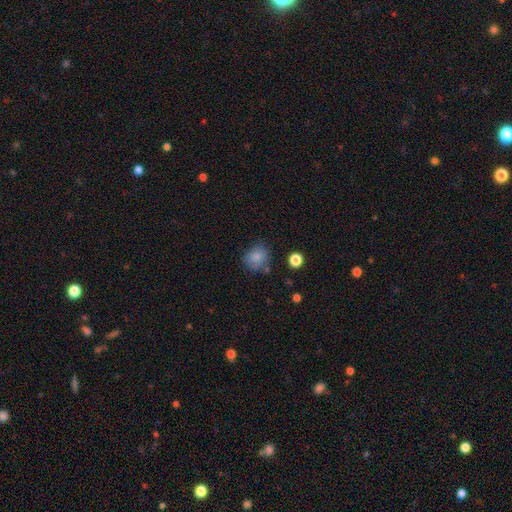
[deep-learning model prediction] smooth_or_featured: smooth (p=0.80) [alt: star or artifact p=0.11]
how_rounded: round (p=0.72) [alt: in between p=0.27]
merging: none (p=0.65) [alt: minor disturbance p=0.22]